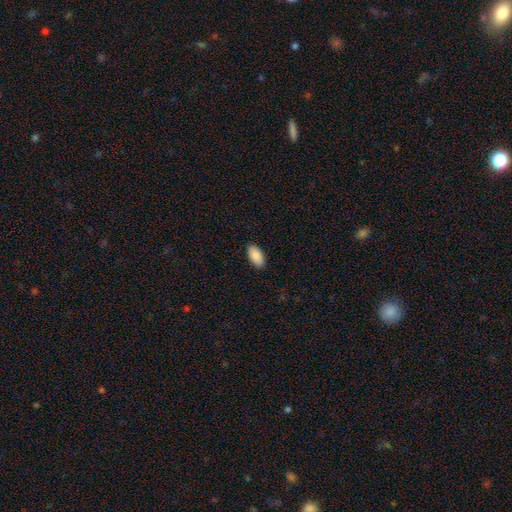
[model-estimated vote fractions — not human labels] Morphology: type=smooth (89%); roundness=in between (95%); merging=none (89%).